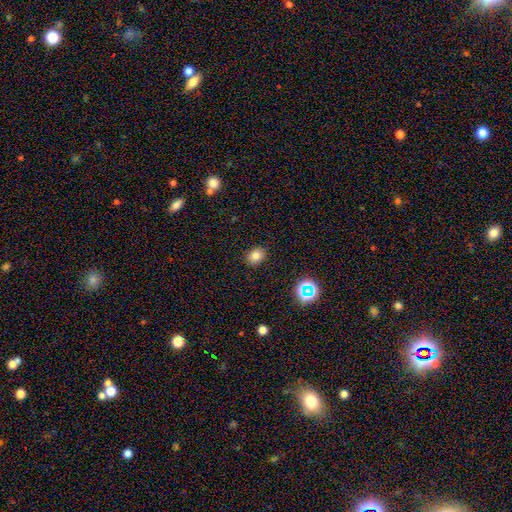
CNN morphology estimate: Overall: smooth (80%). How rounded: round (50%; in between 49%). Merging: none (87%).